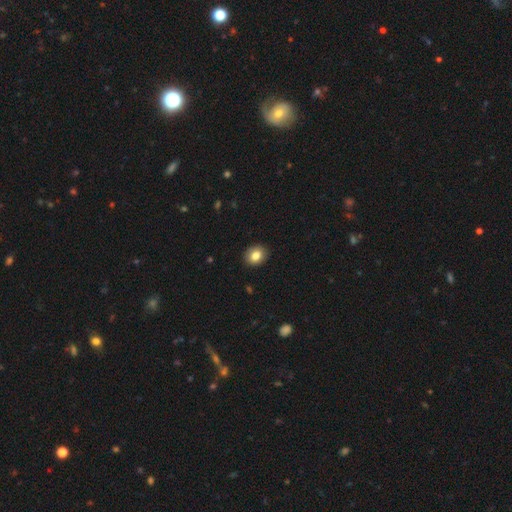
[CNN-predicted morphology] This is clearly a smooth galaxy (83%). How rounded: possibly round (59%). Merging: clearly none (90%).